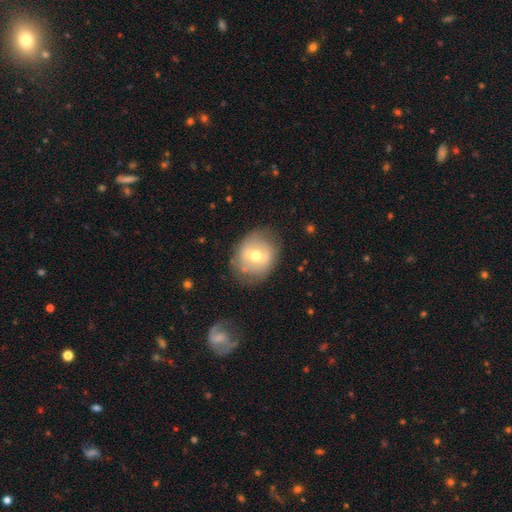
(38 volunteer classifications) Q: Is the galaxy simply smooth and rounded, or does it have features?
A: featured or disk — 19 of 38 (50%).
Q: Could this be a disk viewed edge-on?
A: no — 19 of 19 (100%).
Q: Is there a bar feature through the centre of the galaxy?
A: weak — 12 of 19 (63%).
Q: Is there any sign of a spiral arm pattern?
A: no — 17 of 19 (89%).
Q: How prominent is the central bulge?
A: moderate — 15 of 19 (79%).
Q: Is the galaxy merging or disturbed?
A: none — 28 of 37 (76%).